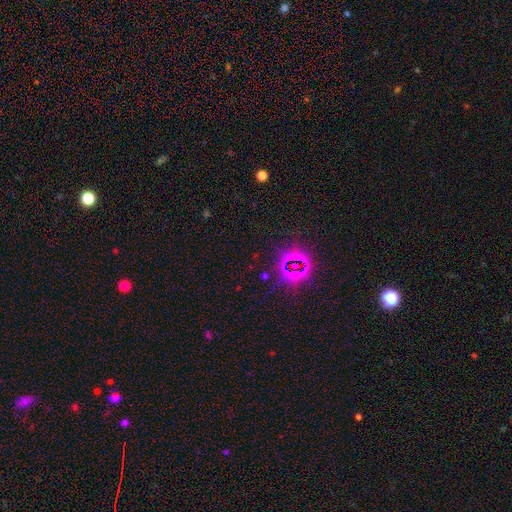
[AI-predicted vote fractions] Overall: star or artifact (75%).